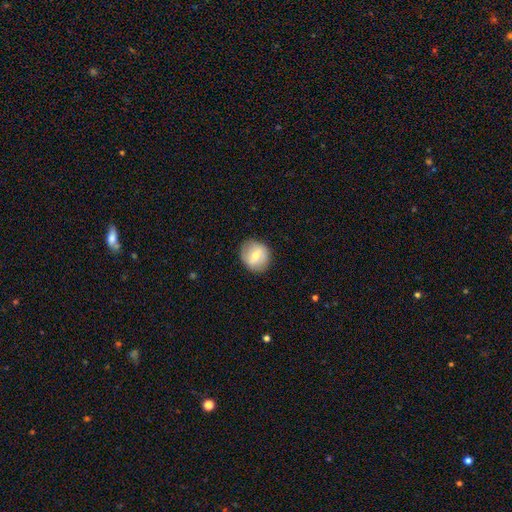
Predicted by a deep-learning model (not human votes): Smooth or featured?
  - smooth: 54% *
  - featured or disk: 38%
  - star or artifact: 8%
How rounded?
  - round: 81% *
  - in between: 18%
  - cigar-shaped: 1%
Merging?
  - none: 85% *
  - minor disturbance: 11%
  - major disturbance: 3%
  - merger: 1%